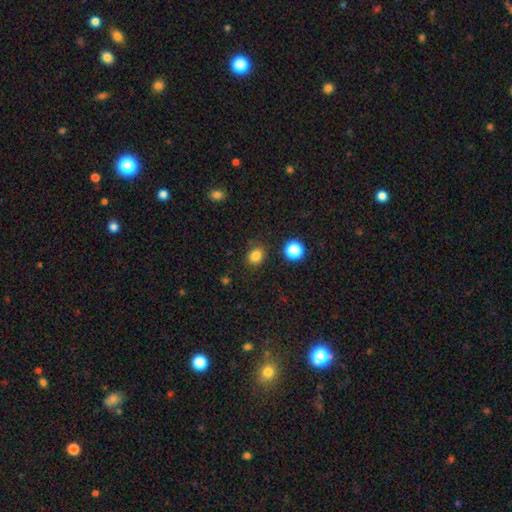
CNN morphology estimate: smooth_or_featured: smooth (p=0.82) [alt: star or artifact p=0.13]
how_rounded: round (p=0.64) [alt: in between p=0.35]
merging: none (p=0.84) [alt: minor disturbance p=0.10]